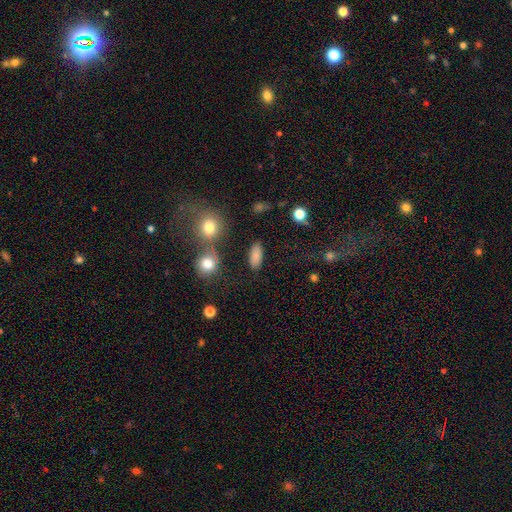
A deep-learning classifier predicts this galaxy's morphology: Smooth or featured? Predicted: smooth (p=0.85). How rounded? Predicted: in between (p=0.82). Merging? Predicted: none (p=0.85).